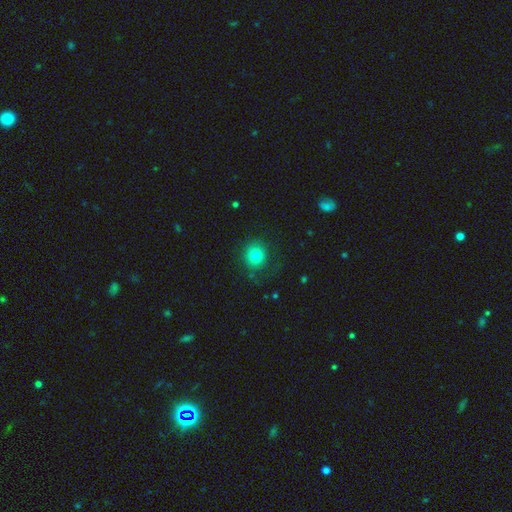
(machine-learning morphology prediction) This appears to be a smooth galaxy with no disk features (80%) that is round (88%). Merging: none (81%).